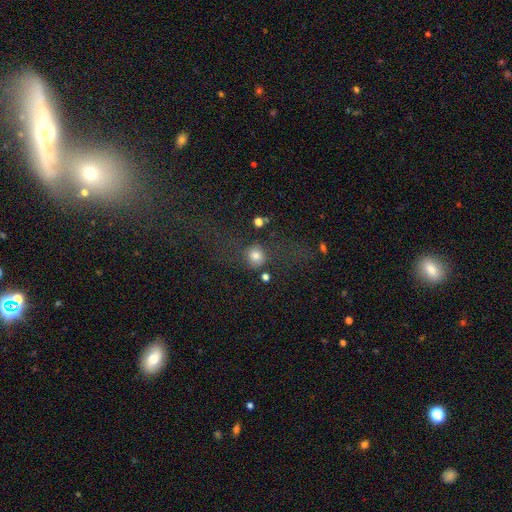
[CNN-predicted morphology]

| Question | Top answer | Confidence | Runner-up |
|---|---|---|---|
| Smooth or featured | smooth | 77% | star or artifact (12%) |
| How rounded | round | 85% | in between (14%) |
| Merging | none | 58% | major disturbance (19%) |